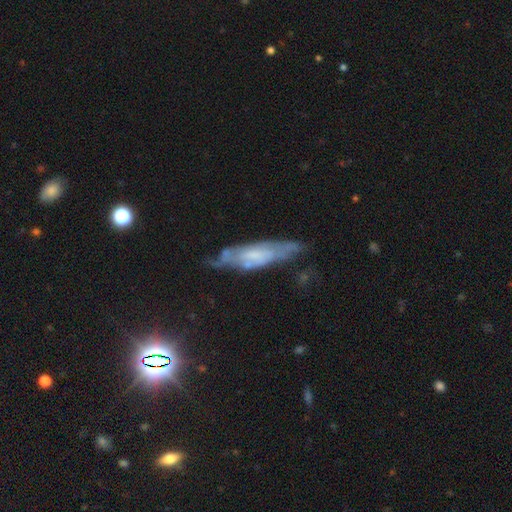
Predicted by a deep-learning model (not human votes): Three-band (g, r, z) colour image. It shows a featured or disk galaxy (61%). Merging: none (52%).